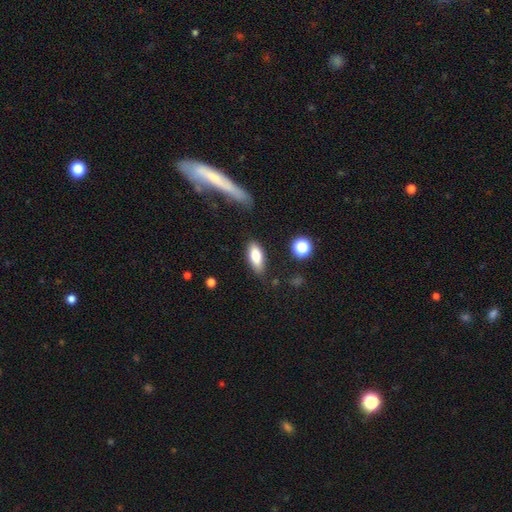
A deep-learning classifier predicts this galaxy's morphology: This appears to be a smooth galaxy with no disk features (78%) that is in between round and cigar-shaped (76%). Merging: none (82%).